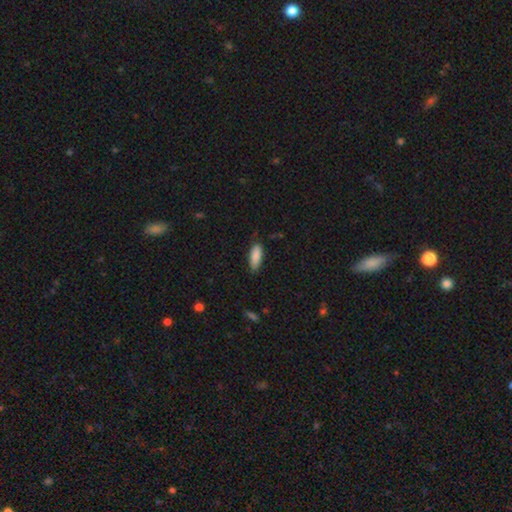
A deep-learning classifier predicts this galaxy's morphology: Overall: smooth (87%). How rounded: in between (69%; cigar-shaped 29%). Merging: none (76%).